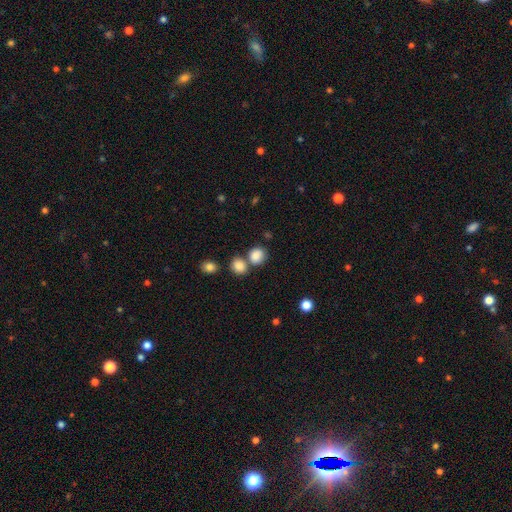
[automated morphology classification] Smooth or featured? smooth (85%)
How rounded? round (75%)
Merging? none (59%)